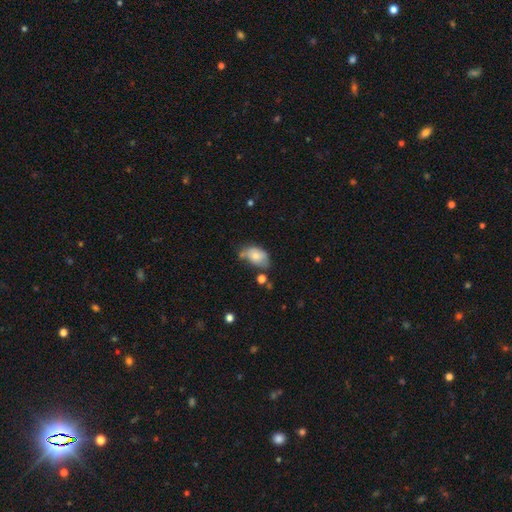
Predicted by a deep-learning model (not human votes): Morphology: type=smooth (73%); roundness=in between (88%); merging=none (41%).